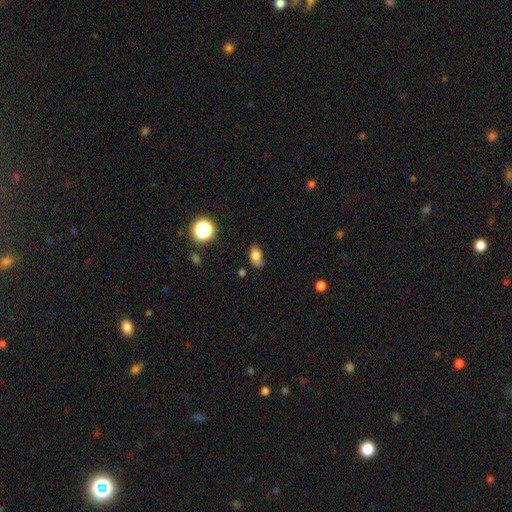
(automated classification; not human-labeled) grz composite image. It shows a smooth galaxy with no disk features (78%) that is in between round and cigar-shaped (87%). Merging: none (68%).